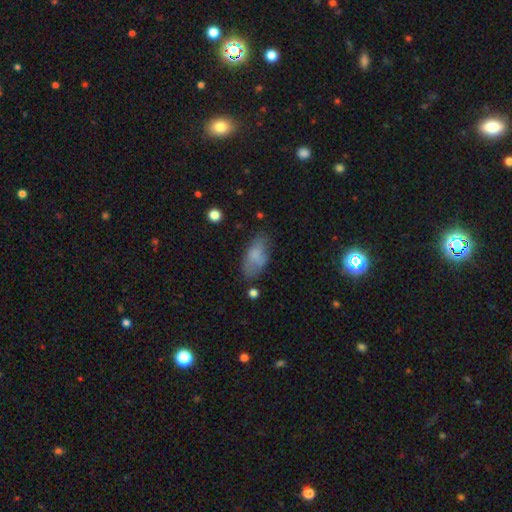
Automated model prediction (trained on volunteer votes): smooth-or-featured: smooth: 72% | featured or disk: 20% | star or artifact: 8%
  how-rounded: in between: 90% | cigar-shaped: 7% | round: 3%
  merging: none: 61% | minor disturbance: 26% | major disturbance: 10% | merger: 4%